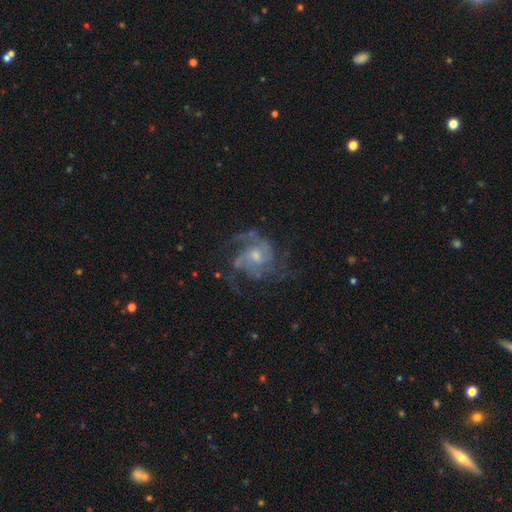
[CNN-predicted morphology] Smooth or featured: featured or disk — 86% (star or artifact — 7%)
Edge-on disk: no — 98% (yes — 2%)
Bar: no — 57% (weak — 36%)
Spiral arms: yes — 95% (no — 5%)
Spiral winding: medium — 51% (tight — 31%)
Spiral arm count: 3 — 37% (2 — 21%)
Bulge size: small — 49% (moderate — 43%)
Merging: none — 62% (major disturbance — 19%)